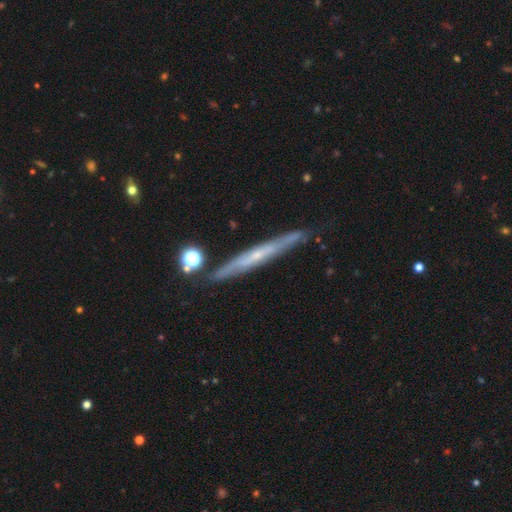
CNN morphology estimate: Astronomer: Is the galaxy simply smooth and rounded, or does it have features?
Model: featured or disk — 68%.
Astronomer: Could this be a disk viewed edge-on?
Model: yes — 91%.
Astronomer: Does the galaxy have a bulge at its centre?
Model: none — 58% (runner-up: rounded, 38%).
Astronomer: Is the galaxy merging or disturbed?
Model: none — 81%.